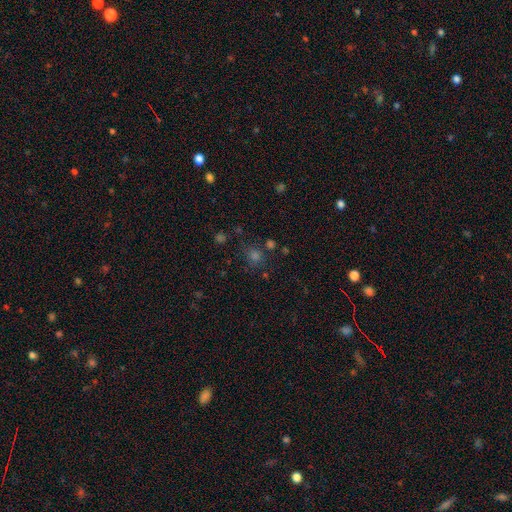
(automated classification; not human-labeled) A smooth galaxy with no disk features (54%) that is round (86%). Merging: none (78%).